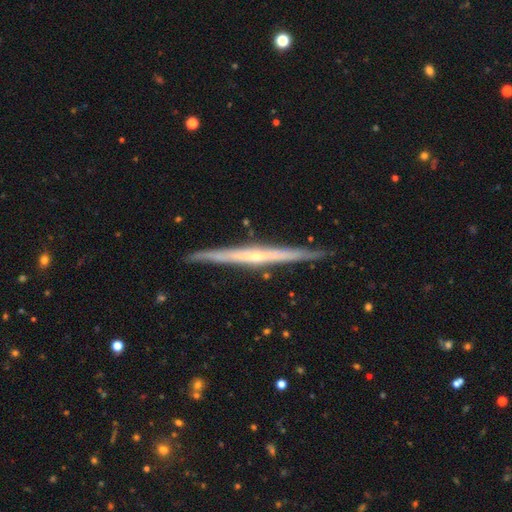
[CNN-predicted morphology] Q: Smooth or featured?
A: featured or disk (77%); runner-up: smooth (18%)
Q: Edge-on disk?
A: yes (97%); runner-up: no (3%)
Q: Edge-on bulge?
A: rounded (49%); runner-up: none (46%)
Q: Merging?
A: none (89%); runner-up: minor disturbance (8%)